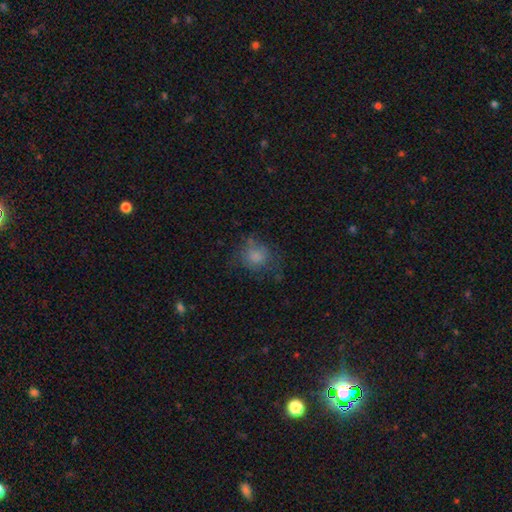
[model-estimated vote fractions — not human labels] Morphology: type=smooth (76%); roundness=round (77%); merging=none (55%).